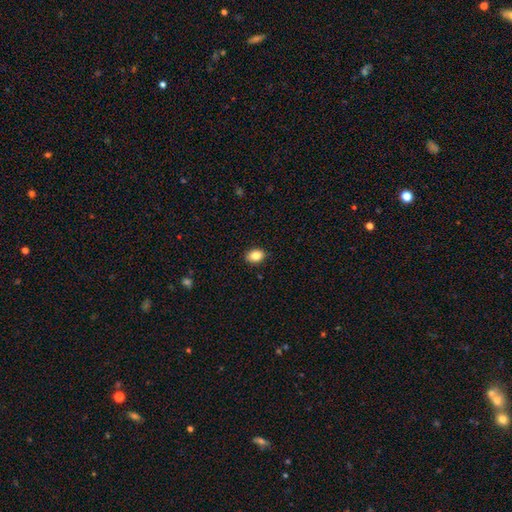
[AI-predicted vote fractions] smooth-or-featured: smooth: 85% | star or artifact: 9% | featured or disk: 7%
  how-rounded: in between: 73% | round: 26% | cigar-shaped: 1%
  merging: none: 89% | minor disturbance: 8% | major disturbance: 2% | merger: 1%